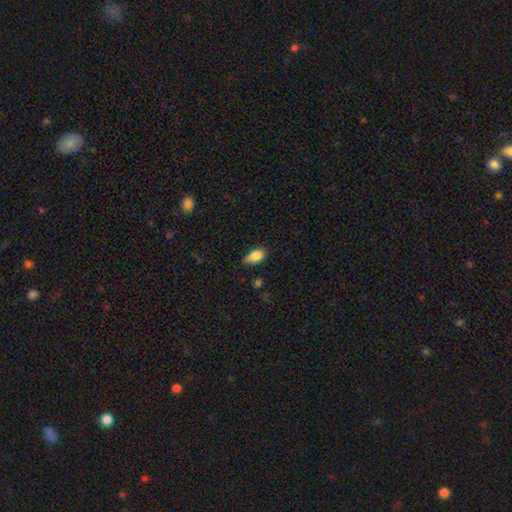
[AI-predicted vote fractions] smooth-or-featured: smooth: 84% | featured or disk: 8% | star or artifact: 8%
  how-rounded: in between: 88% | round: 8% | cigar-shaped: 4%
  merging: none: 57% | minor disturbance: 35% | major disturbance: 6% | merger: 2%